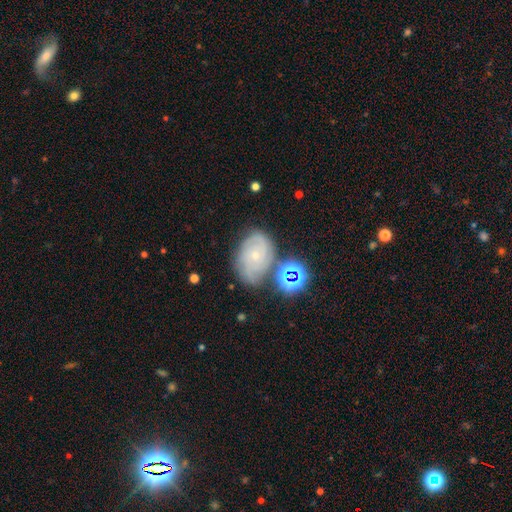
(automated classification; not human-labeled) A featured or disk galaxy (65%) with no bar (80%), tight (63%) spiral arms (89%) and a small central bulge (77%). Merging: none (65%).